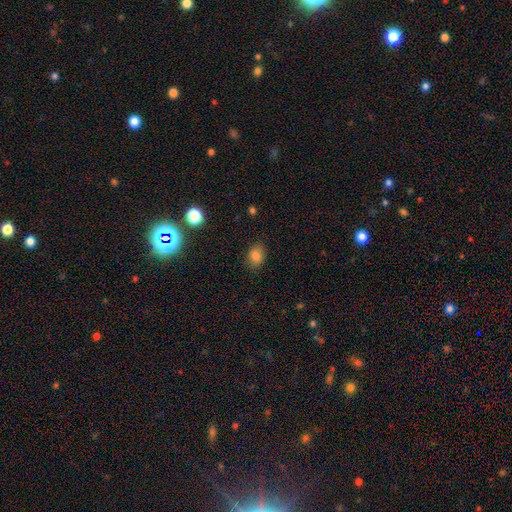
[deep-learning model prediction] The model was most divided on "how rounded": in between: 70%, round: 29%, cigar-shaped: 1%. More confident: merging — none (83%); smooth or featured — smooth (81%).